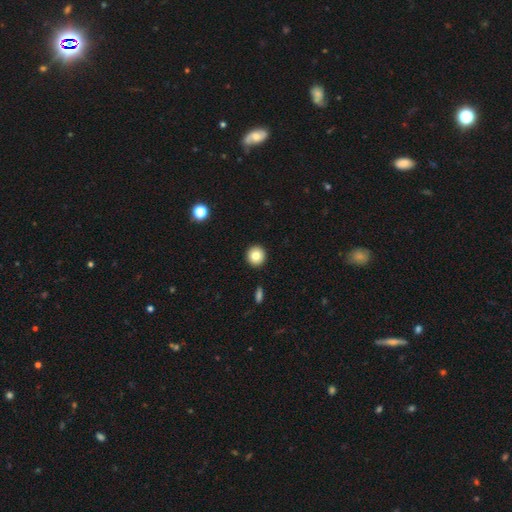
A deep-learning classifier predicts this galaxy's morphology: A smooth galaxy with no disk features (81%) that is round (93%). Merging: none (93%).